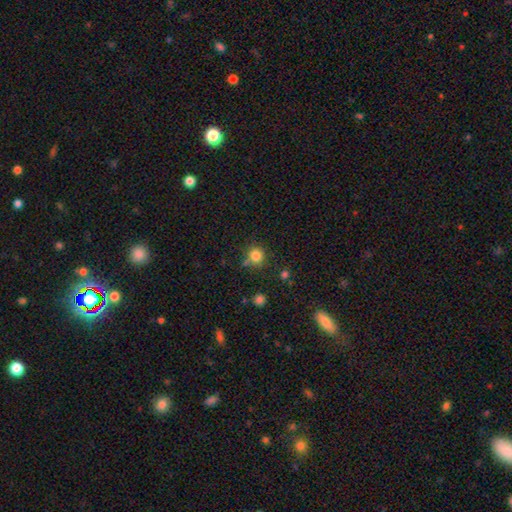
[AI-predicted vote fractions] Smooth or featured? Predicted: smooth (p=0.82). How rounded? Predicted: round (p=0.90). Merging? Predicted: none (p=0.75).